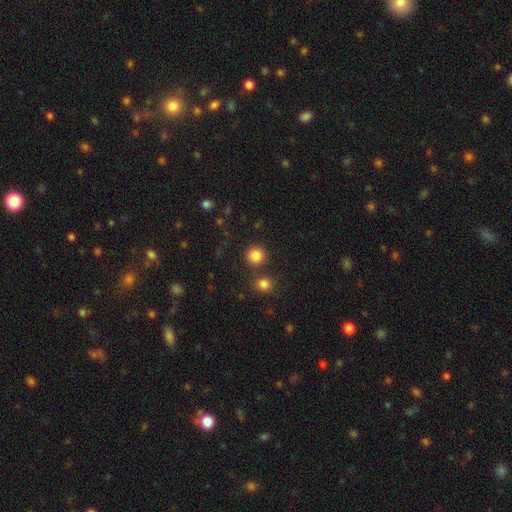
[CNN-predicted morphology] Smooth or featured? Predicted: smooth (p=0.84). How rounded? Predicted: round (p=0.93). Merging? Predicted: none (p=0.82).